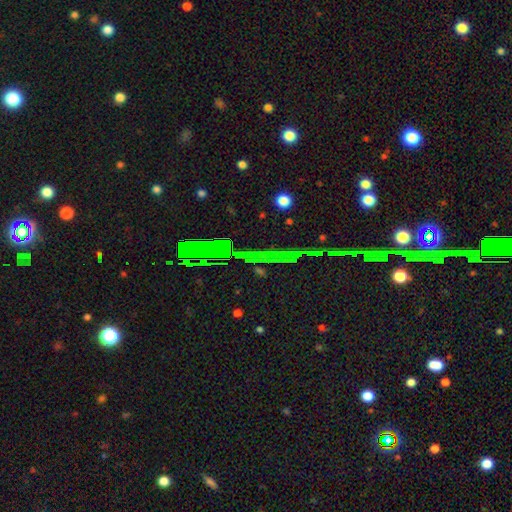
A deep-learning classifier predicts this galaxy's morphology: Smooth or featured? Predicted: star or artifact (p=0.77).